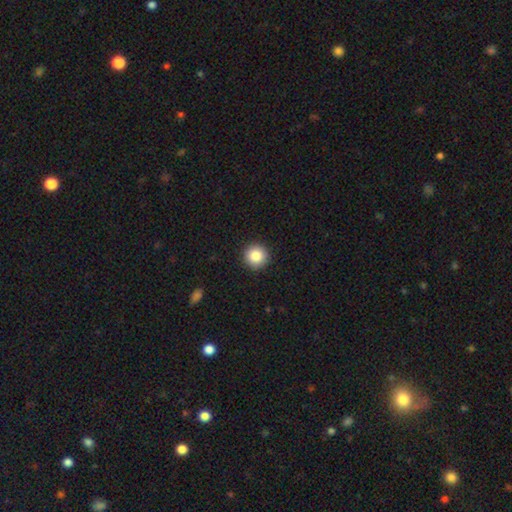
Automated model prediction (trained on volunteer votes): Smooth or featured? Predicted: smooth (p=0.85). How rounded? Predicted: round (p=0.96). Merging? Predicted: none (p=0.93).